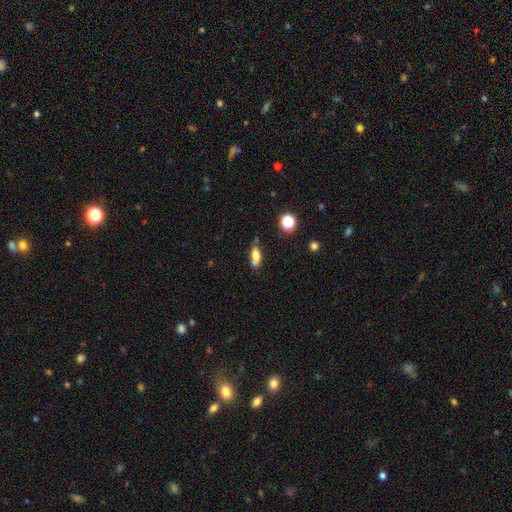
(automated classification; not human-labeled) Morphology: type=smooth (67%); roundness=in between (69%); merging=none (54%).